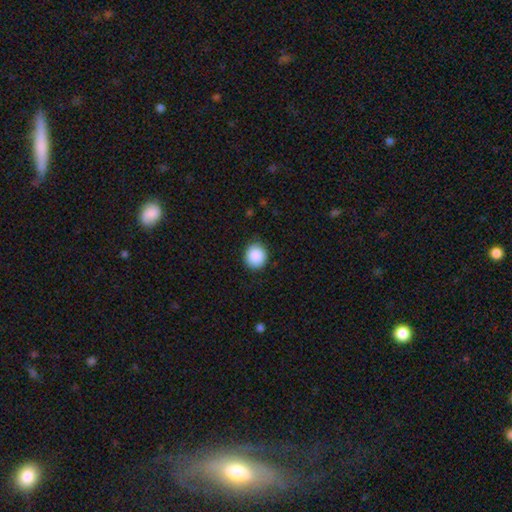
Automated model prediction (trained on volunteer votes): Overall: smooth (89%). How rounded: round (86%). Merging: none (86%).